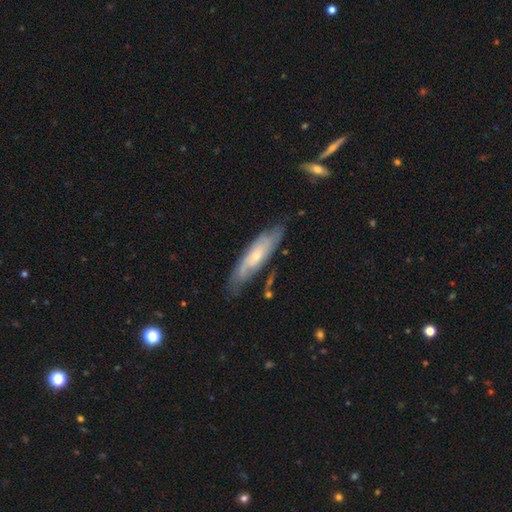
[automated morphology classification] A featured or disk galaxy (65%). Merging: none (71%).